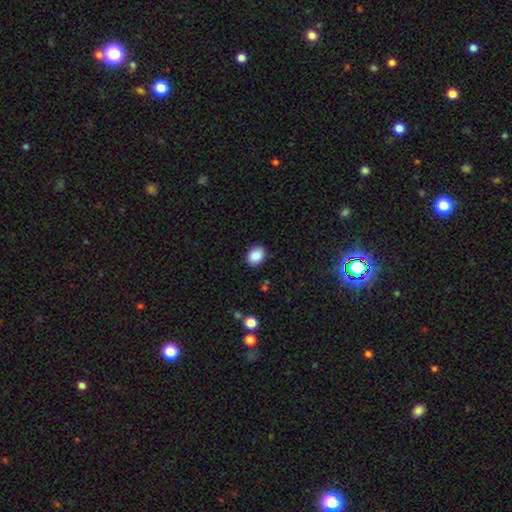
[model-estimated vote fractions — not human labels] Smooth or featured: smooth — 89% (star or artifact — 8%)
How rounded: in between — 68% (round — 31%)
Merging: none — 88% (minor disturbance — 9%)